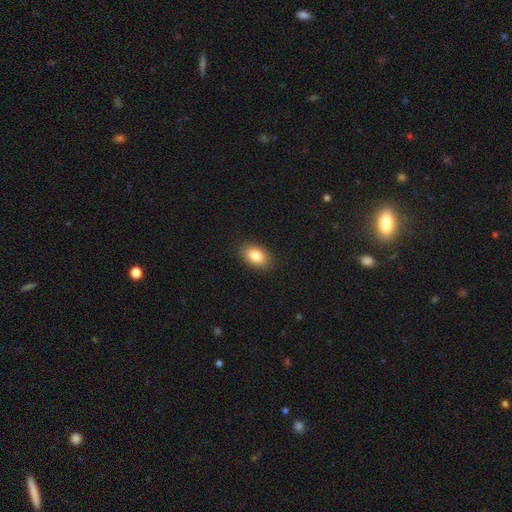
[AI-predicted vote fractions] This is clearly a smooth galaxy (84%). How rounded: clearly in between (88%). Merging: clearly none (89%).